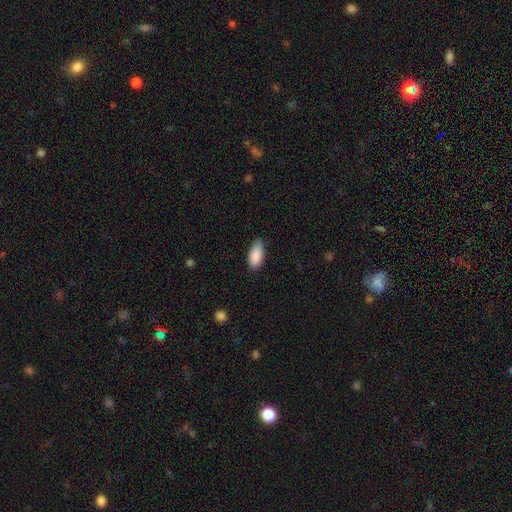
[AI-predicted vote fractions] This is clearly a smooth galaxy (89%). How rounded: clearly in between (90%). Merging: likely none (76%).